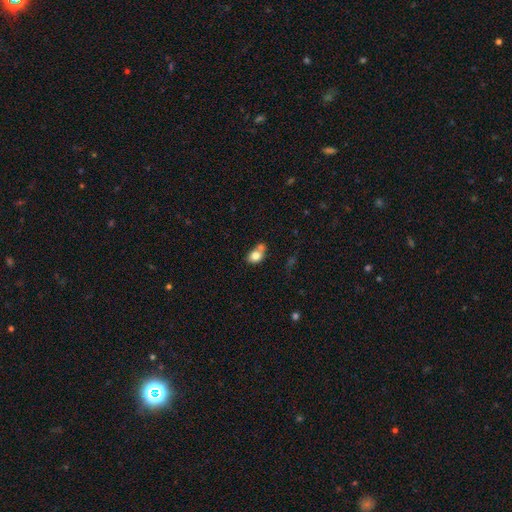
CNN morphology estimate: Smooth or featured? Predicted: smooth (p=0.78). How rounded? Predicted: in between (p=0.57). Merging? Predicted: merger (p=0.42).